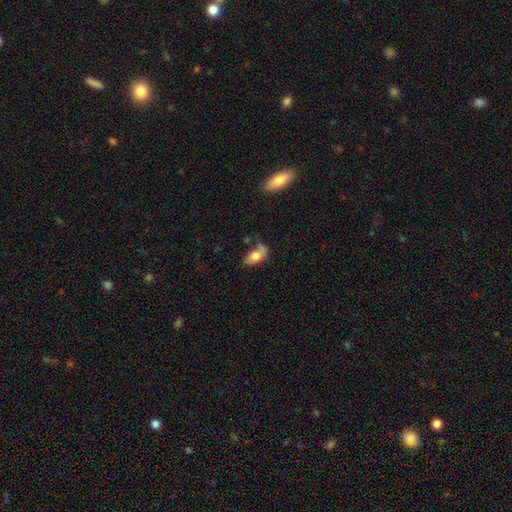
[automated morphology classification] A smooth galaxy with no disk features (72%) that is in between round and cigar-shaped (89%). Merging: none (38%).